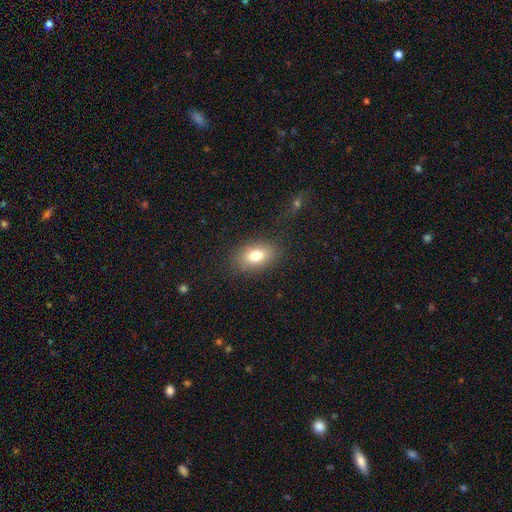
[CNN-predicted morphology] Smooth or featured? smooth (77%)
How rounded? in between (85%)
Merging? none (84%)